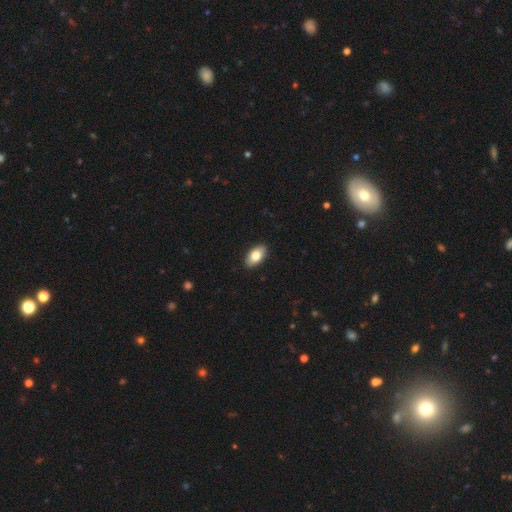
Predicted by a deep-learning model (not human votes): A smooth galaxy with no disk features (81%) that is in between round and cigar-shaped (93%).

Vote fractions:
- Smooth or featured? smooth: 81% / featured or disk: 13% / star or artifact: 7%
- How rounded? in between: 93% / round: 4% / cigar-shaped: 3%
- Merging? none: 90% / minor disturbance: 7% / major disturbance: 2% / merger: 1%